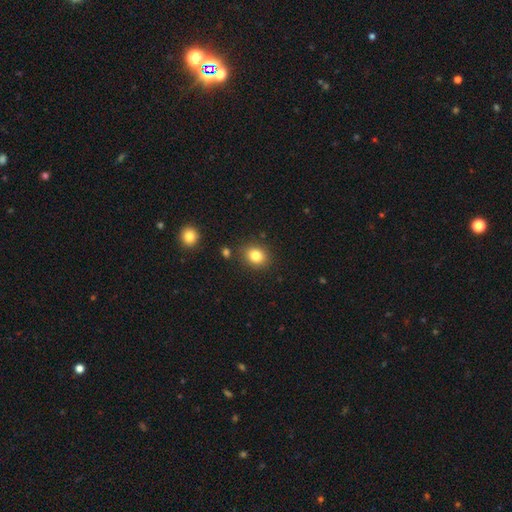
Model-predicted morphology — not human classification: Q: Smooth or featured?
A: smooth (83%); runner-up: star or artifact (11%)
Q: How rounded?
A: round (61%); runner-up: in between (38%)
Q: Merging?
A: none (85%); runner-up: minor disturbance (9%)